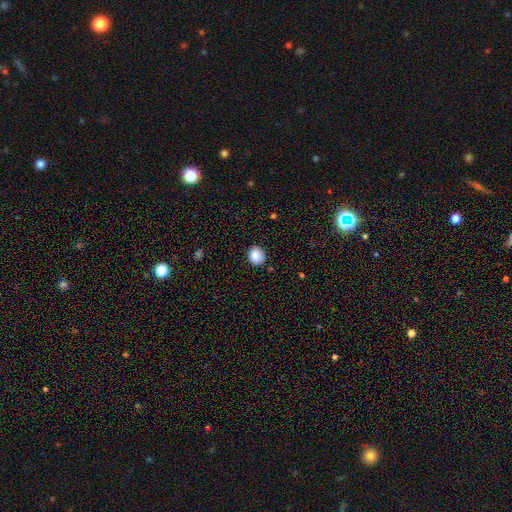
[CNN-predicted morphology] type=smooth (88%); roundness=round (79%); merging=none (87%).